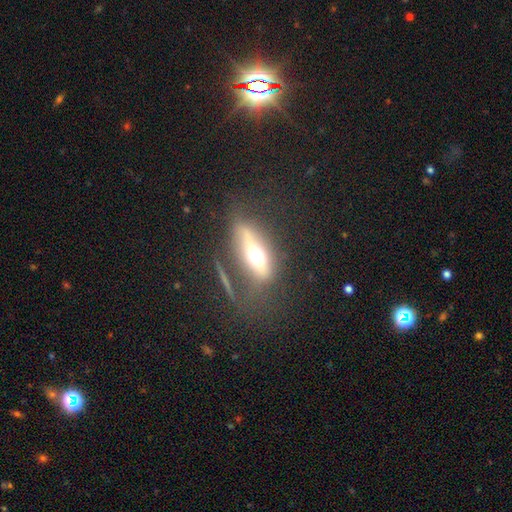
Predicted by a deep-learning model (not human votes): smooth-or-featured: featured or disk: 58% | smooth: 31% | star or artifact: 12%
  disk-edge-on: yes: 77% | no: 23%
  merging: none: 67% | minor disturbance: 16% | major disturbance: 13% | merger: 4%